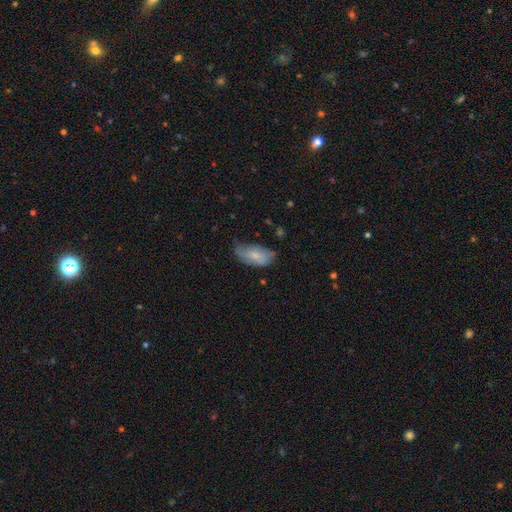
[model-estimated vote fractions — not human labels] Smooth or featured: smooth — 68% (featured or disk — 25%)
How rounded: in between — 92% (cigar-shaped — 5%)
Merging: none — 48% (minor disturbance — 39%)